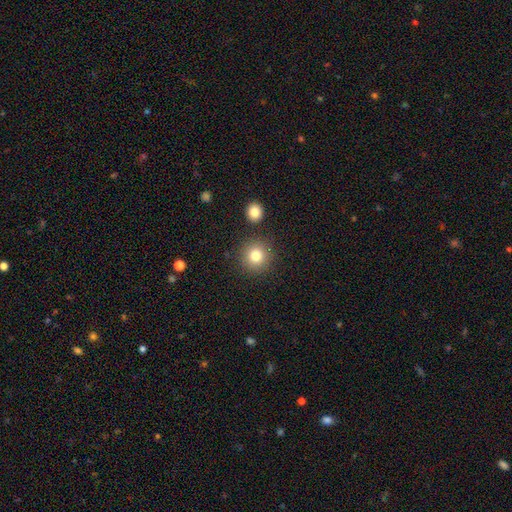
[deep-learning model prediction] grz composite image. It shows a smooth galaxy with no disk features (81%) that is round (93%). Merging: none (86%).